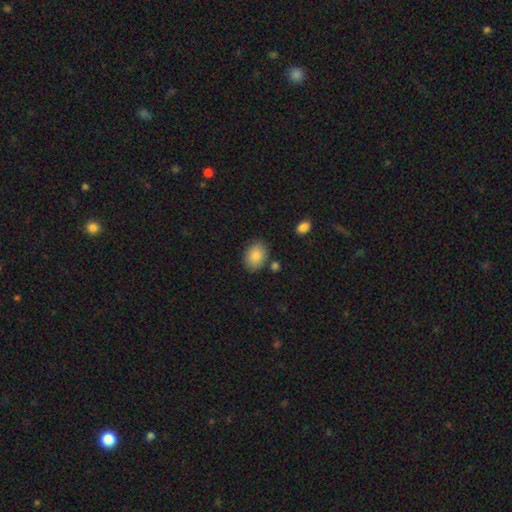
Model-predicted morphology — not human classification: type=smooth (85%); roundness=in between (74%); merging=none (80%).